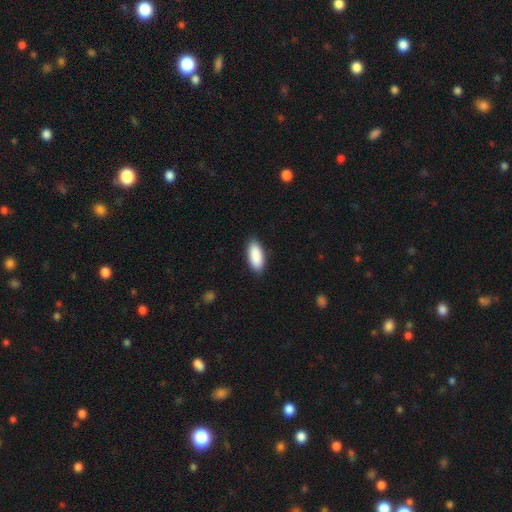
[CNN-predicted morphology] This is clearly a smooth galaxy (90%). How rounded: clearly in between (86%). Merging: clearly none (88%).